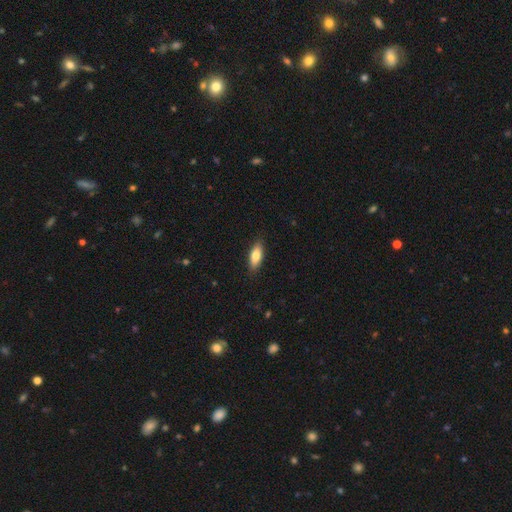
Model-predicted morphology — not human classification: Smooth or featured?
  - smooth: 78% *
  - featured or disk: 16%
  - star or artifact: 6%
How rounded?
  - in between: 70% *
  - cigar-shaped: 28%
  - round: 2%
Merging?
  - none: 88% *
  - minor disturbance: 9%
  - major disturbance: 2%
  - merger: 1%